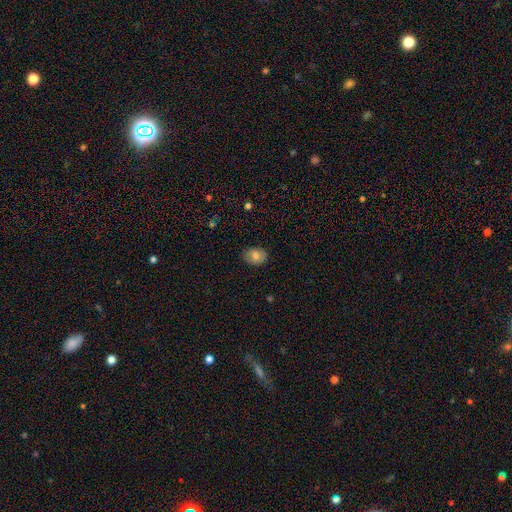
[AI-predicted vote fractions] Smooth or featured? smooth (76%)
How rounded? in between (72%)
Merging? none (81%)